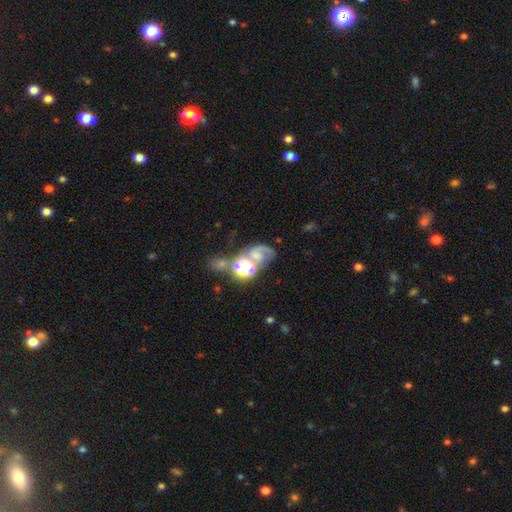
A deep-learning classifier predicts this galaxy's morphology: type=featured or disk (37%); merging=none (38%).